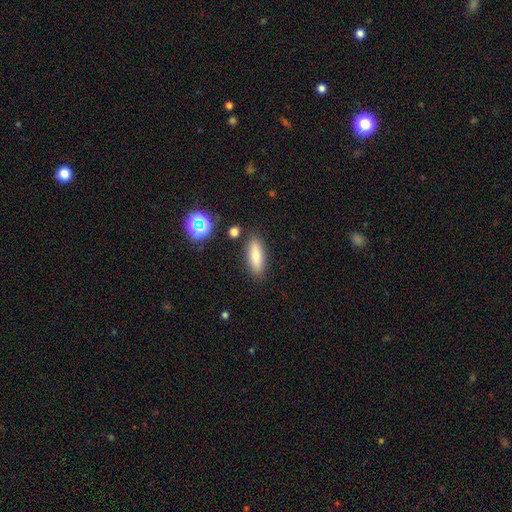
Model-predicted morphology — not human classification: This appears to be a smooth galaxy with no disk features (80%) that is in between round and cigar-shaped (59%). Merging: none (85%).